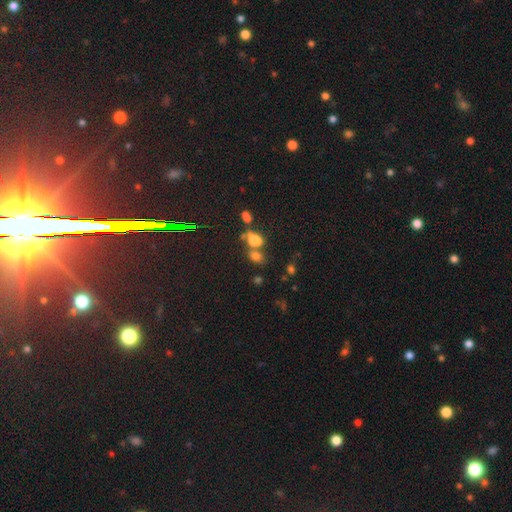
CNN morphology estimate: This is likely a smooth galaxy (71%). How rounded: likely in between (65%). Merging: marginally none (43%).